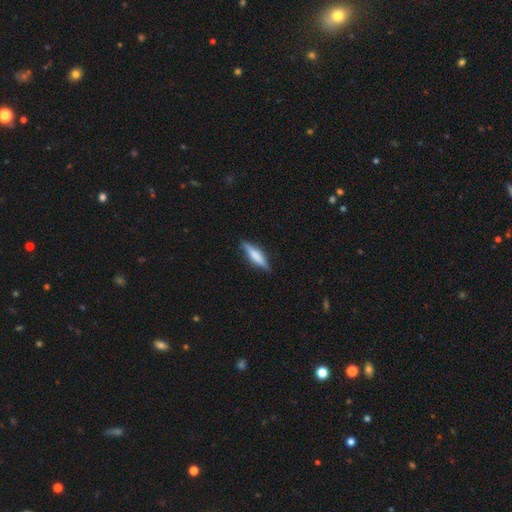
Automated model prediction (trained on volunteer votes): A smooth galaxy with no disk features (50%) that is cigar-shaped (75%). Merging: none (86%).